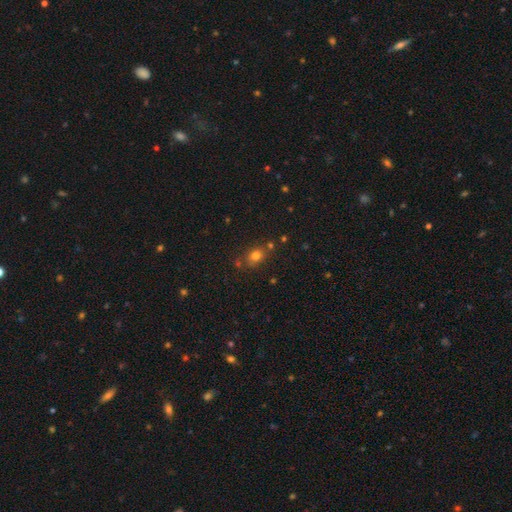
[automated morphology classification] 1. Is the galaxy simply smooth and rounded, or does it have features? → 76% smooth, 16% star or artifact, 9% featured or disk.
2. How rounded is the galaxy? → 53% round, 45% in between, 1% cigar-shaped.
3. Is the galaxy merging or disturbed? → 71% none, 14% minor disturbance, 11% merger, 4% major disturbance.